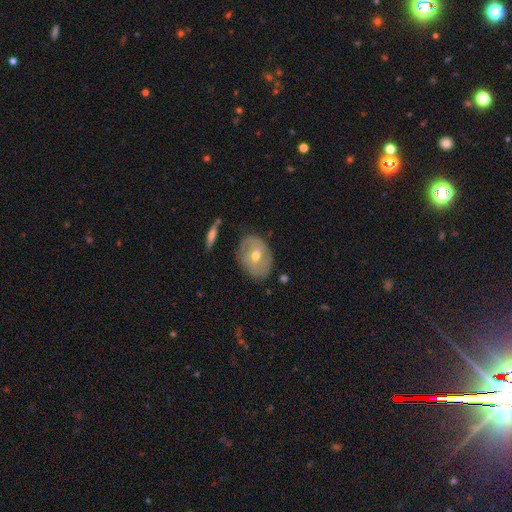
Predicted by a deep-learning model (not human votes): This appears to be a featured or disk galaxy (54%). Merging: none (72%).